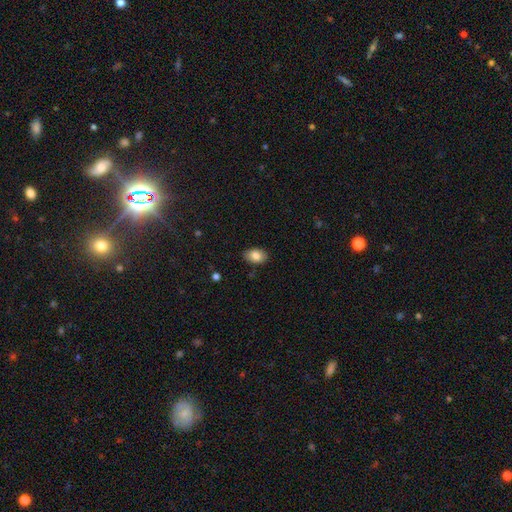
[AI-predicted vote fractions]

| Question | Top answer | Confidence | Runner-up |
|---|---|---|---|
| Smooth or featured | smooth | 83% | featured or disk (9%) |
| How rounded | in between | 85% | round (14%) |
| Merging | none | 85% | minor disturbance (11%) |